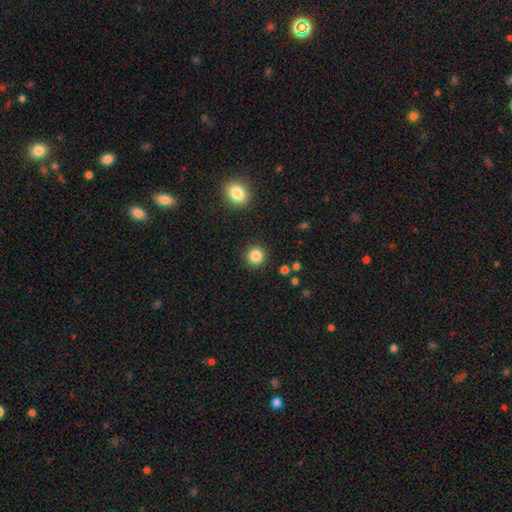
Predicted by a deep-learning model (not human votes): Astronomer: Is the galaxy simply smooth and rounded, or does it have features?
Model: smooth — 85%.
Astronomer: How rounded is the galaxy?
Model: round — 93%.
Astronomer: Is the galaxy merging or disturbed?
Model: none — 90%.